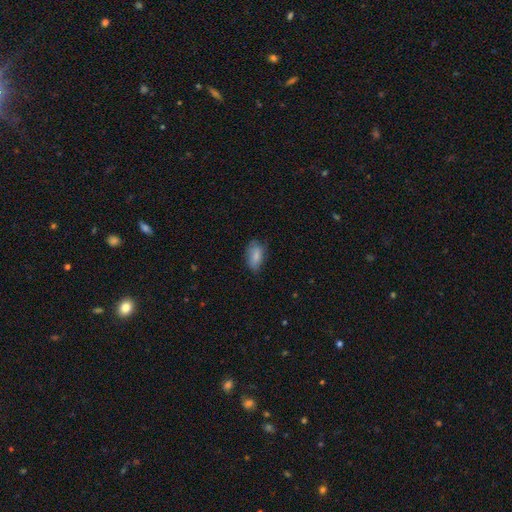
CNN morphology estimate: Q: Smooth or featured?
A: smooth (81%); runner-up: featured or disk (11%)
Q: How rounded?
A: in between (90%); runner-up: cigar-shaped (5%)
Q: Merging?
A: none (67%); runner-up: minor disturbance (26%)